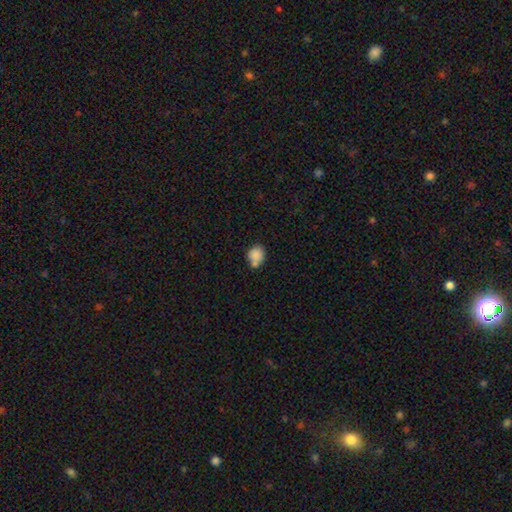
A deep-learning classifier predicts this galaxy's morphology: Smooth or featured?
  - smooth: 84% *
  - star or artifact: 9%
  - featured or disk: 7%
How rounded?
  - round: 75% *
  - in between: 24%
  - cigar-shaped: 1%
Merging?
  - none: 53% *
  - merger: 26%
  - minor disturbance: 16%
  - major disturbance: 5%